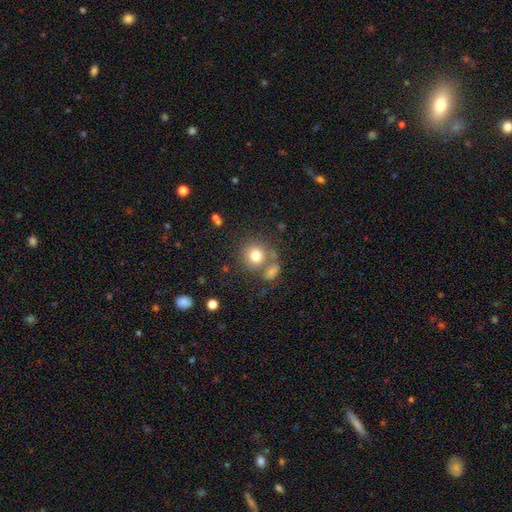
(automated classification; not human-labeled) Smooth or featured? Predicted: smooth (p=0.77). How rounded? Predicted: round (p=0.88). Merging? Predicted: none (p=0.66).